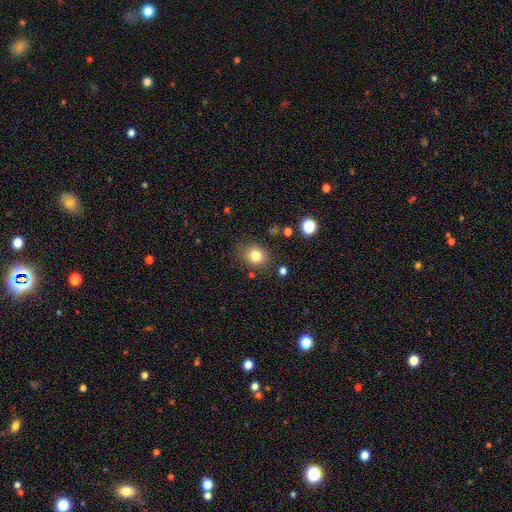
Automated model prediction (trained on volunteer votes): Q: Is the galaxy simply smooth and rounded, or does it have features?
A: smooth — 81%.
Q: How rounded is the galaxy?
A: round — 64%.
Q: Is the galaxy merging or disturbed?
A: none — 80%.